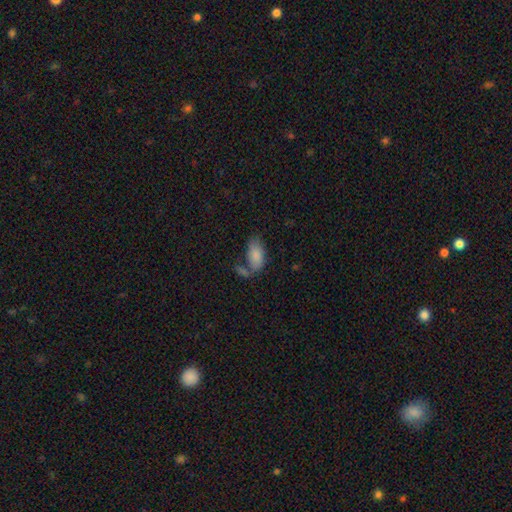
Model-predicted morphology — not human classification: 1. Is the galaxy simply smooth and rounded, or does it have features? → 83% smooth, 10% featured or disk, 7% star or artifact.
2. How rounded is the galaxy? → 93% in between, 4% cigar-shaped, 3% round.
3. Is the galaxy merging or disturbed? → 46% none, 24% merger, 19% minor disturbance, 10% major disturbance.